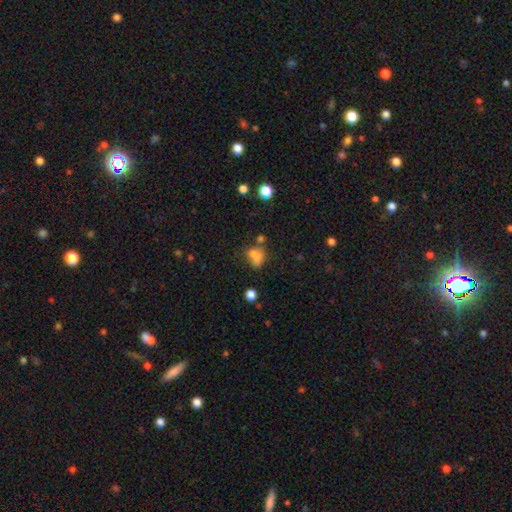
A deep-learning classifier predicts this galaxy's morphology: smooth-or-featured: smooth: 73% | star or artifact: 15% | featured or disk: 11%
  how-rounded: in between: 67% | round: 31% | cigar-shaped: 2%
  merging: none: 37% | minor disturbance: 24% | merger: 23% | major disturbance: 16%